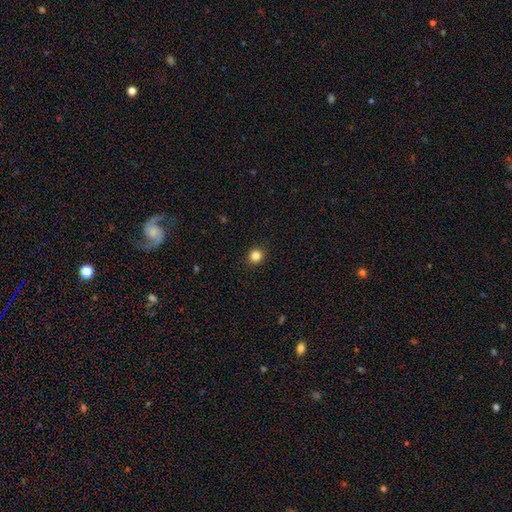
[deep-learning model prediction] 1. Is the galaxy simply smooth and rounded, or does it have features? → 84% smooth, 12% star or artifact, 4% featured or disk.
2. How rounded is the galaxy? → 91% round, 8% in between, 1% cigar-shaped.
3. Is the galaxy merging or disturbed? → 92% none, 5% minor disturbance, 2% major disturbance, 1% merger.